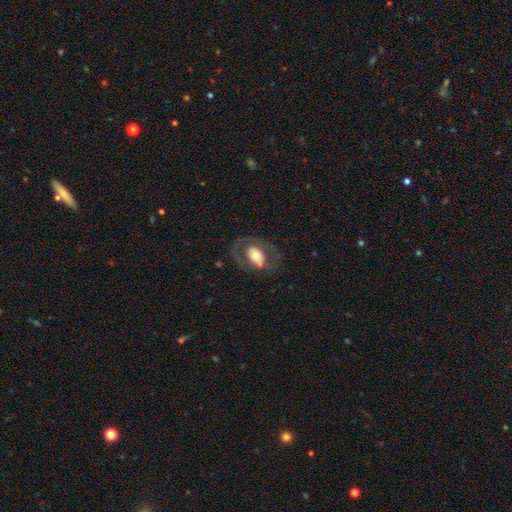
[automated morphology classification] smooth_or_featured: featured or disk (p=0.50) [alt: smooth p=0.43]
merging: none (p=0.60) [alt: major disturbance p=0.18]